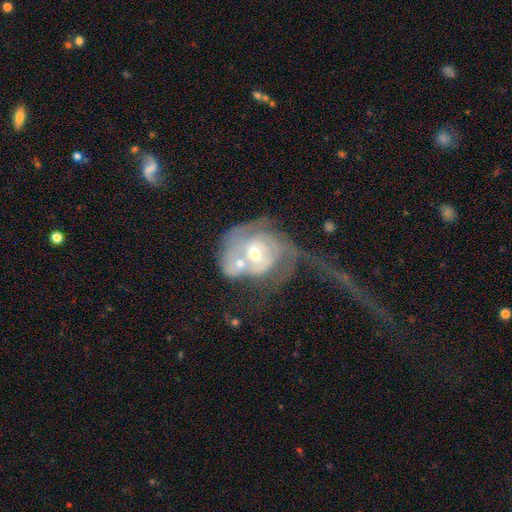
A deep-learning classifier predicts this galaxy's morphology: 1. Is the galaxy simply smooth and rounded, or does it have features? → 75% featured or disk, 18% smooth, 7% star or artifact.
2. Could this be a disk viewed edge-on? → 96% no, 4% yes.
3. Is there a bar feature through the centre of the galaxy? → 67% no, 26% weak, 7% strong.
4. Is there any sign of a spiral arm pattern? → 79% yes, 21% no.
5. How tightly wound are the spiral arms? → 48% tight, 32% medium, 21% loose.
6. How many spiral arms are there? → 38% can't tell, 34% 2, 13% 1, 9% 3, 3% 4, 3% more than 4.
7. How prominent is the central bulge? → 60% moderate, 33% small, 4% large, 2% none, 1% dominant.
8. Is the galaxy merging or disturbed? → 50% merger, 27% major disturbance, 14% none, 8% minor disturbance.